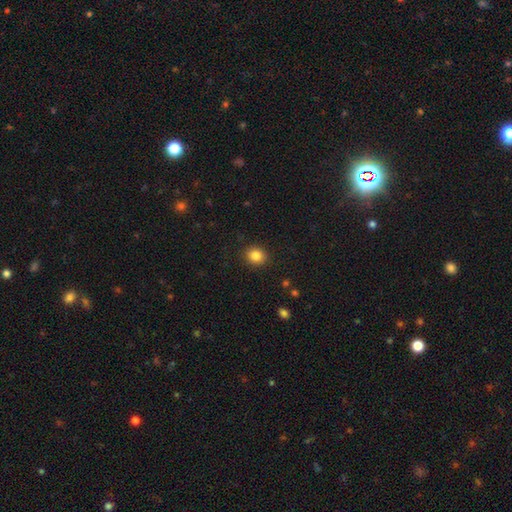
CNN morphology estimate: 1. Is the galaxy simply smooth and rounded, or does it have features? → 85% smooth, 10% star or artifact, 5% featured or disk.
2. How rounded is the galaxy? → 74% round, 25% in between, 1% cigar-shaped.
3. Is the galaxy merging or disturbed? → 90% none, 7% minor disturbance, 2% major disturbance, 1% merger.